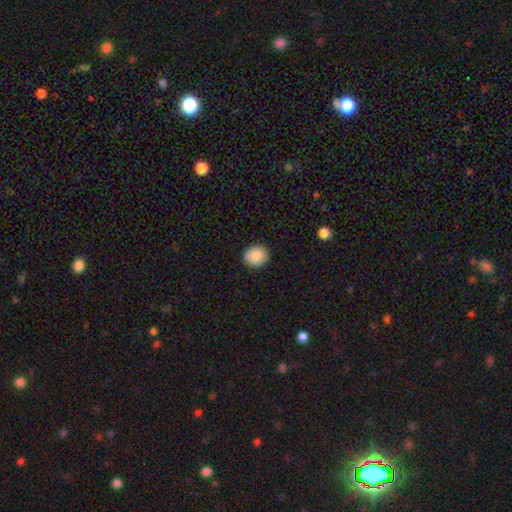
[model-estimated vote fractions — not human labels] This appears to be a smooth galaxy with no disk features (89%) that is round (70%). Merging: none (90%).